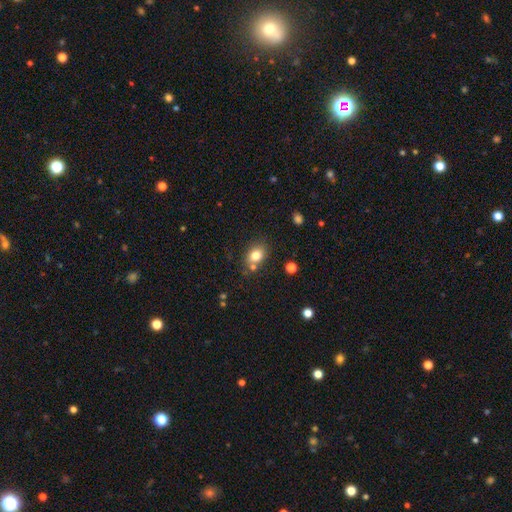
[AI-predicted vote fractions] Smooth or featured? smooth (79%)
How rounded? in between (58%)
Merging? none (69%)